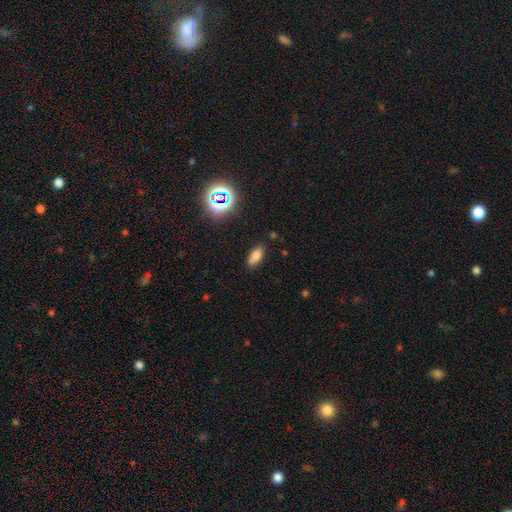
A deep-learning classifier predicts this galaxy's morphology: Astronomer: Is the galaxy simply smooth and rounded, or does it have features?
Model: smooth — 76%.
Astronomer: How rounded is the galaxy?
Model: in between — 84%.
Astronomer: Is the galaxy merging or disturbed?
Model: none — 83%.